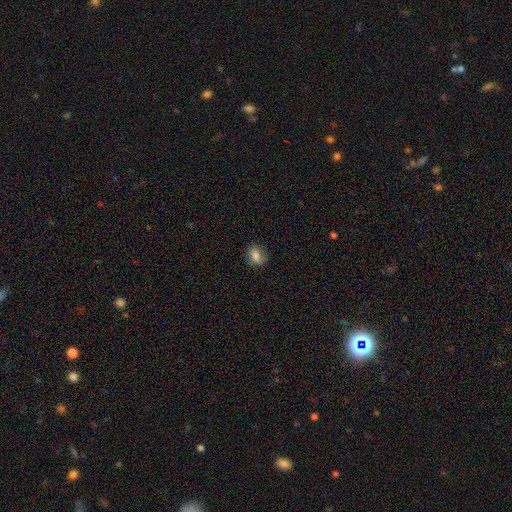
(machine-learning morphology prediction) A smooth galaxy with no disk features (73%) that is in between round and cigar-shaped (56%).

Vote fractions:
- Smooth or featured? smooth: 73% / featured or disk: 17% / star or artifact: 10%
- How rounded? in between: 56% / round: 42% / cigar-shaped: 2%
- Merging? none: 76% / minor disturbance: 18% / major disturbance: 5% / merger: 1%